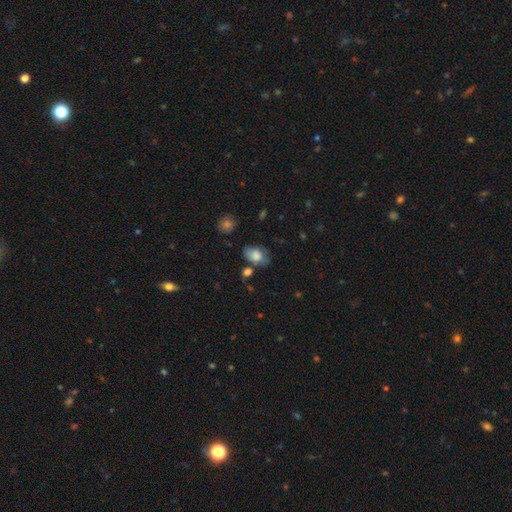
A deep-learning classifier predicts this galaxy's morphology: Smooth or featured? Predicted: smooth (p=0.76). How rounded? Predicted: in between (p=0.85). Merging? Predicted: none (p=0.57).